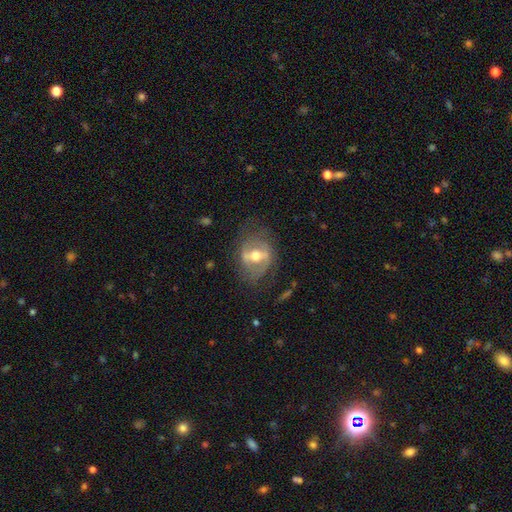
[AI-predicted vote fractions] Q: Smooth or featured?
A: featured or disk (71%); runner-up: smooth (22%)
Q: Edge-on disk?
A: no (90%); runner-up: yes (10%)
Q: Bar?
A: strong (53%); runner-up: weak (31%)
Q: Spiral arms?
A: no (60%); runner-up: yes (40%)
Q: Bulge size?
A: moderate (74%); runner-up: small (12%)
Q: Merging?
A: none (63%); runner-up: minor disturbance (20%)